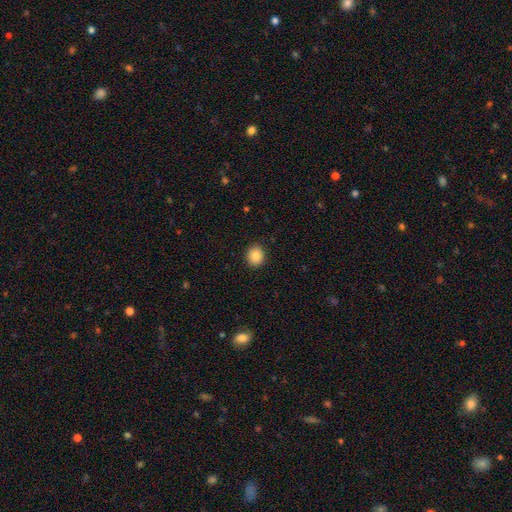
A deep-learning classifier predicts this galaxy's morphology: A smooth galaxy with no disk features (87%) that is round (78%).

Vote fractions:
- Smooth or featured? smooth: 87% / star or artifact: 9% / featured or disk: 4%
- How rounded? round: 78% / in between: 21% / cigar-shaped: 1%
- Merging? none: 91% / minor disturbance: 6% / major disturbance: 2% / merger: 1%